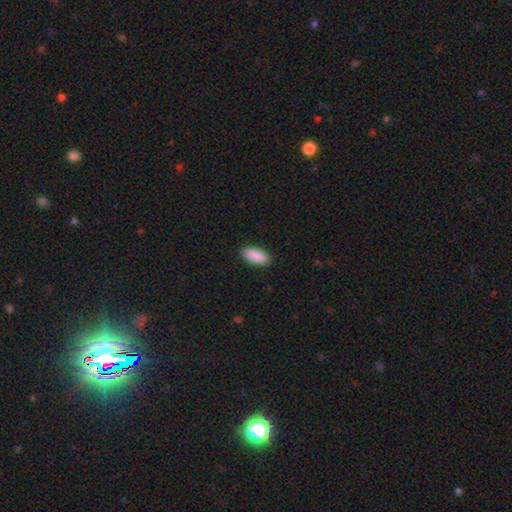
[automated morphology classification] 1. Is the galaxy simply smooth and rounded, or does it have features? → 92% smooth, 6% star or artifact, 3% featured or disk.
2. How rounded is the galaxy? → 89% in between, 9% cigar-shaped, 2% round.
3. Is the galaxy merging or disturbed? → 90% none, 8% minor disturbance, 2% major disturbance, 1% merger.